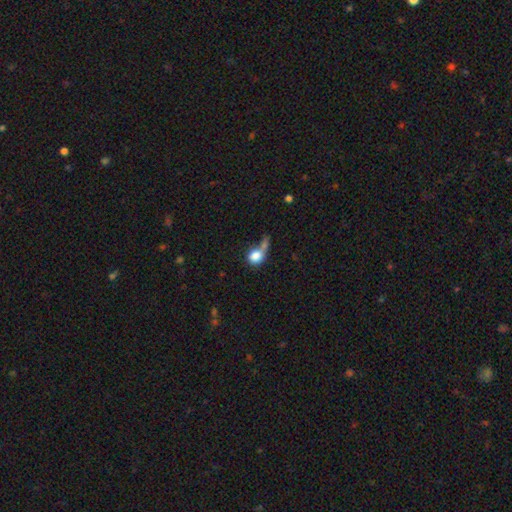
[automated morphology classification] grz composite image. It shows a smooth galaxy with no disk features (80%) that is round (64%). Merging: merger (37%).